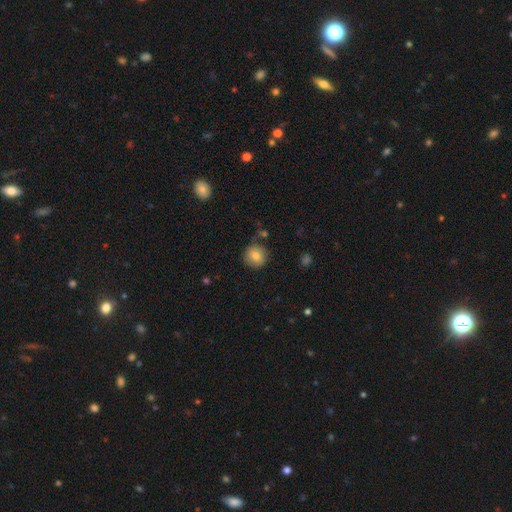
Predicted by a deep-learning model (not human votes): Q: Smooth or featured?
A: smooth (81%); runner-up: featured or disk (10%)
Q: How rounded?
A: round (93%); runner-up: in between (6%)
Q: Merging?
A: none (80%); runner-up: minor disturbance (13%)